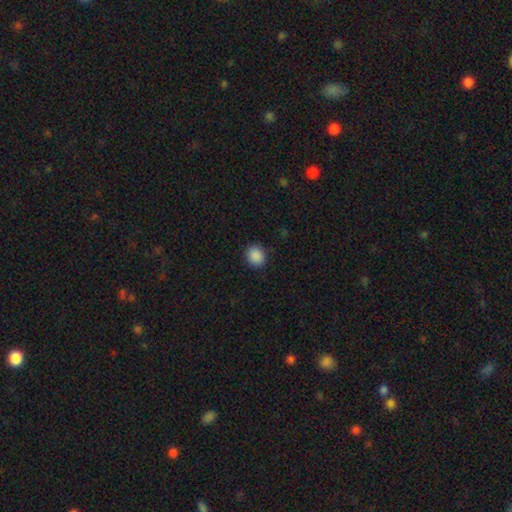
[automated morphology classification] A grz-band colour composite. It shows a smooth galaxy with no disk features (89%) that is round (80%). Merging: none (90%).